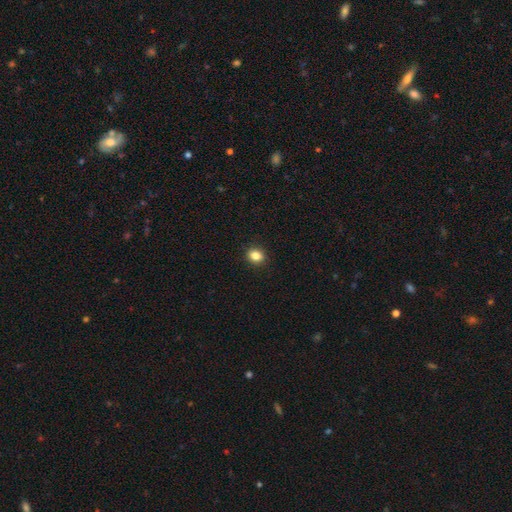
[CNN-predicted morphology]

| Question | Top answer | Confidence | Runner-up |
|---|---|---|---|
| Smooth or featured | smooth | 85% | star or artifact (11%) |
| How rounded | round | 59% | in between (40%) |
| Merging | none | 91% | minor disturbance (6%) |